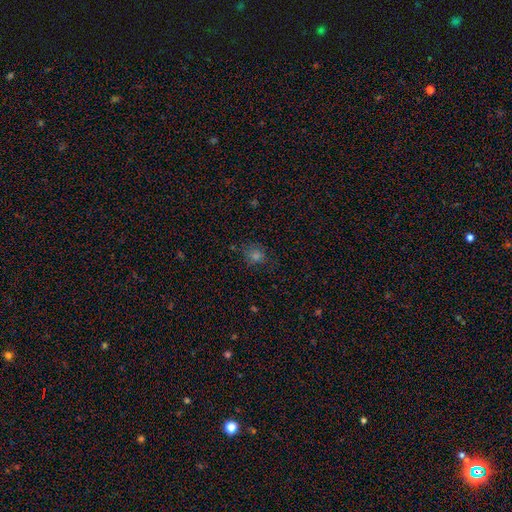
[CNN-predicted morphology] smooth-or-featured: smooth: 61% | star or artifact: 30% | featured or disk: 9%
  how-rounded: round: 68% | in between: 31% | cigar-shaped: 1%
  merging: none: 74% | minor disturbance: 17% | major disturbance: 7% | merger: 2%